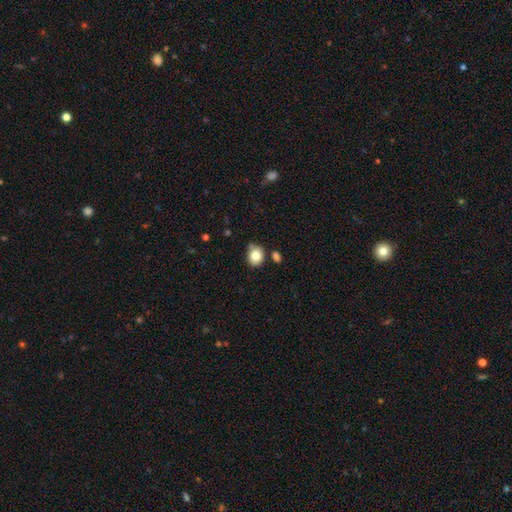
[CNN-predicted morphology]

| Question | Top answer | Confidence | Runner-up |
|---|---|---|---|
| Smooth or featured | smooth | 81% | featured or disk (10%) |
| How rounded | round | 64% | in between (35%) |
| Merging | none | 69% | minor disturbance (18%) |